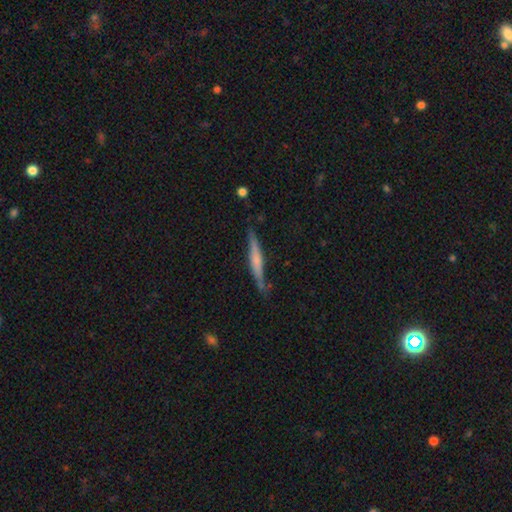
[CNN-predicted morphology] This is possibly a featured or disk galaxy (54%). It is clearly viewed edge-on (94%). Edge-on bulge: marginally none (42%). Merging: likely none (76%).